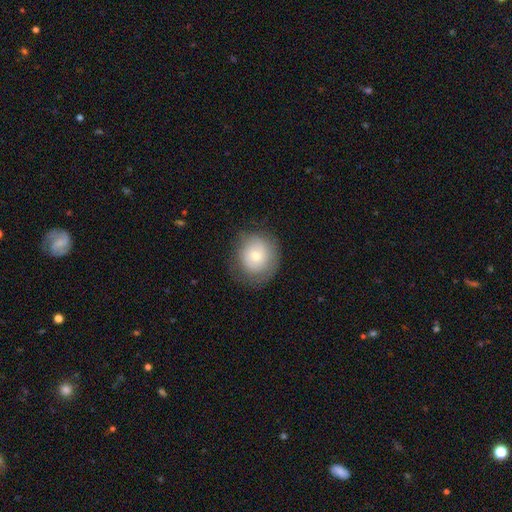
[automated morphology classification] smooth_or_featured: smooth (p=0.65) [alt: featured or disk p=0.27]
how_rounded: round (p=0.86) [alt: in between p=0.13]
merging: none (p=0.74) [alt: minor disturbance p=0.18]